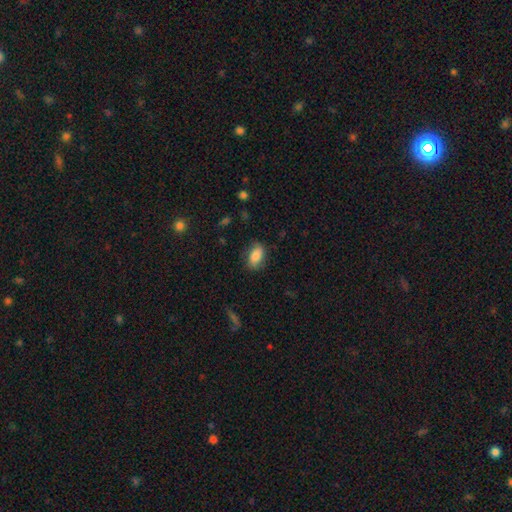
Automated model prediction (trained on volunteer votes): The model was most divided on "merging": none: 79%, minor disturbance: 16%, major disturbance: 4%, merger: 1%. More confident: how rounded — in between (89%); smooth or featured — smooth (83%).